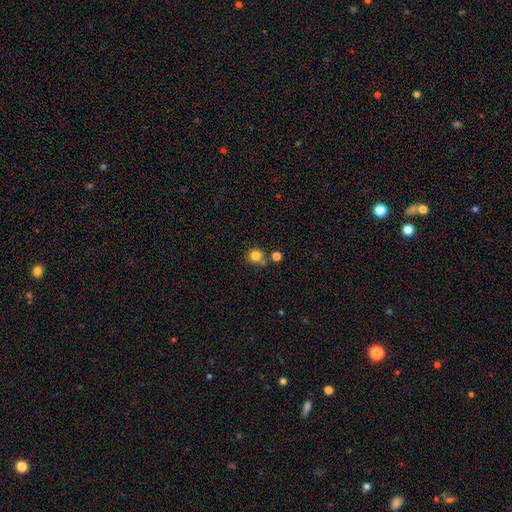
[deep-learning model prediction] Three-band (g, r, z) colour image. It shows a smooth galaxy with no disk features (81%) that is round (91%). Merging: none (68%).